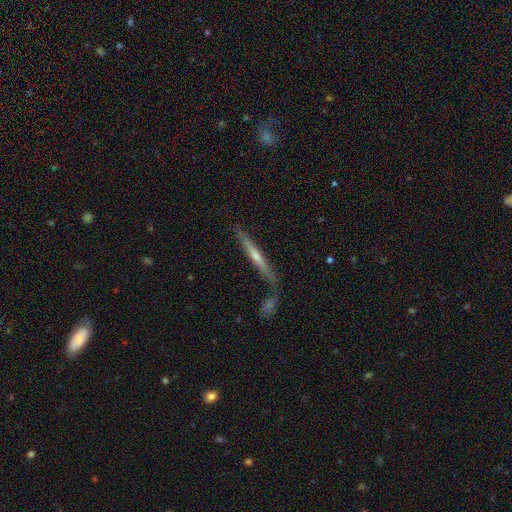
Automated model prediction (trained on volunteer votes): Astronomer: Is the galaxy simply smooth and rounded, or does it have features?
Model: featured or disk — 59% (runner-up: smooth, 35%).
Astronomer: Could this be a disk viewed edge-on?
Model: yes — 96%.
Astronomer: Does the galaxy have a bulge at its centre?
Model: rounded — 55% (runner-up: none, 40%).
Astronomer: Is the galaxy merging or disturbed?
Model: none — 77%.